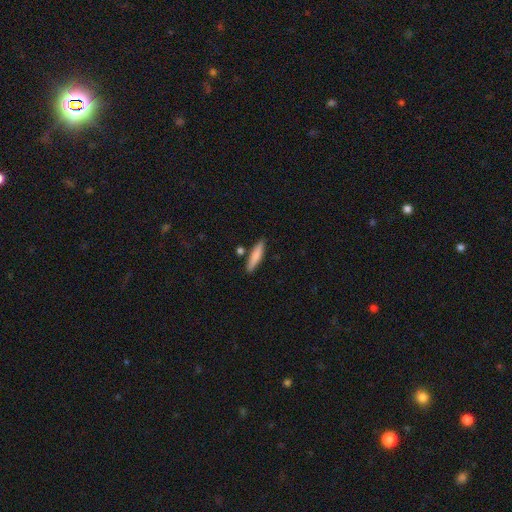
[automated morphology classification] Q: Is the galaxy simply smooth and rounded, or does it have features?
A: smooth — 79%.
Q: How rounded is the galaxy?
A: cigar-shaped — 81%.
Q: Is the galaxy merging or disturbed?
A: none — 83%.